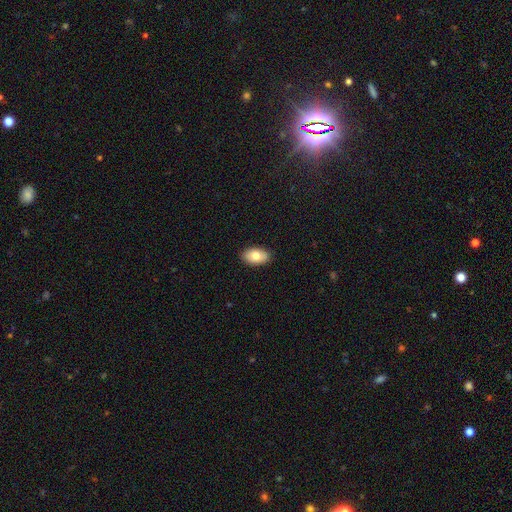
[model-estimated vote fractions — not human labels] Smooth or featured?
  - smooth: 81% *
  - featured or disk: 13%
  - star or artifact: 7%
How rounded?
  - in between: 93% *
  - round: 6%
  - cigar-shaped: 1%
Merging?
  - none: 89% *
  - minor disturbance: 8%
  - major disturbance: 2%
  - merger: 1%